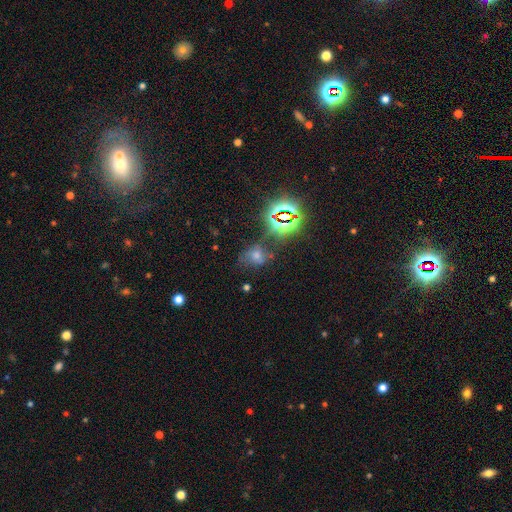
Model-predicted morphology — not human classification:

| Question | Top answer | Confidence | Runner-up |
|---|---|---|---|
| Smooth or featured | star or artifact | 48% | smooth (35%) |